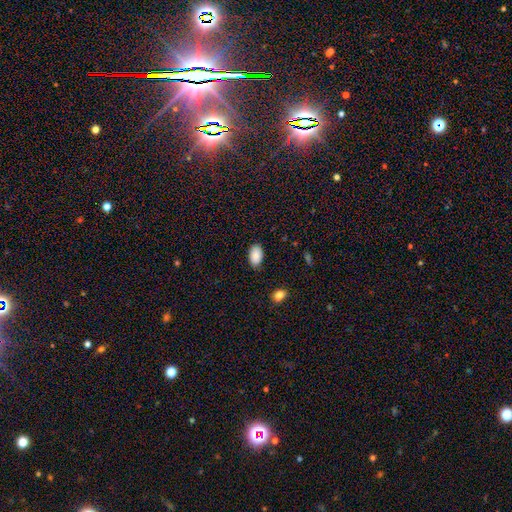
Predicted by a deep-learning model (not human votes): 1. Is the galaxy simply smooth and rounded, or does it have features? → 88% smooth, 7% star or artifact, 5% featured or disk.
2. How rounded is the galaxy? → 94% in between, 5% round, 1% cigar-shaped.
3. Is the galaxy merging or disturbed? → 82% none, 14% minor disturbance, 3% major disturbance, 1% merger.